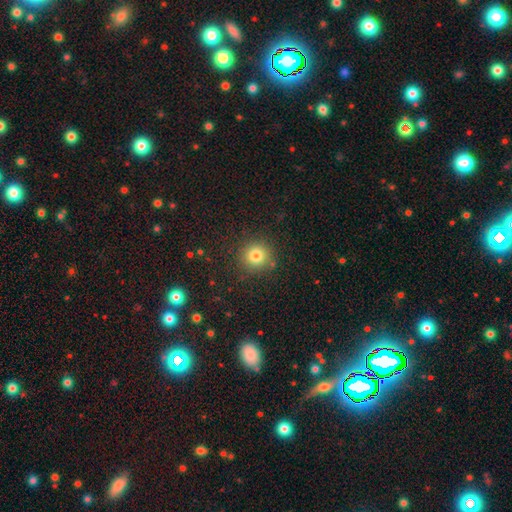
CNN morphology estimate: Q: Smooth or featured?
A: smooth (80%); runner-up: star or artifact (13%)
Q: How rounded?
A: round (94%); runner-up: in between (5%)
Q: Merging?
A: none (88%); runner-up: minor disturbance (8%)